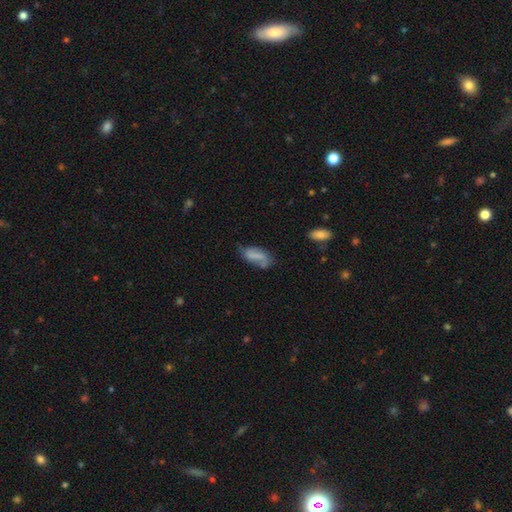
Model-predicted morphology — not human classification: type=smooth (53%); roundness=in between (85%); merging=none (46%).